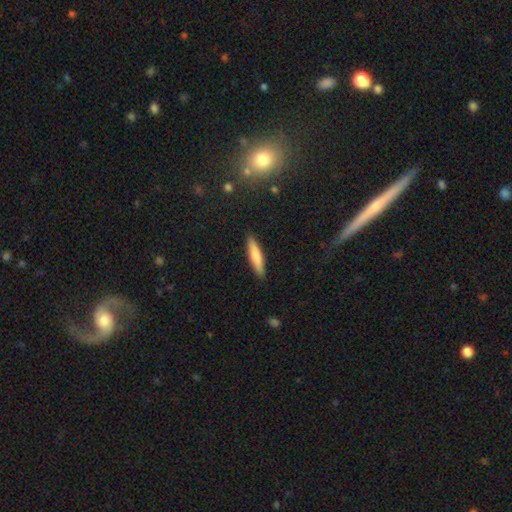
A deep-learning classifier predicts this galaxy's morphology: Smooth or featured?
  - smooth: 74% *
  - featured or disk: 20%
  - star or artifact: 6%
How rounded?
  - cigar-shaped: 83% *
  - in between: 15%
  - round: 1%
Merging?
  - none: 90% *
  - minor disturbance: 8%
  - major disturbance: 2%
  - merger: 1%